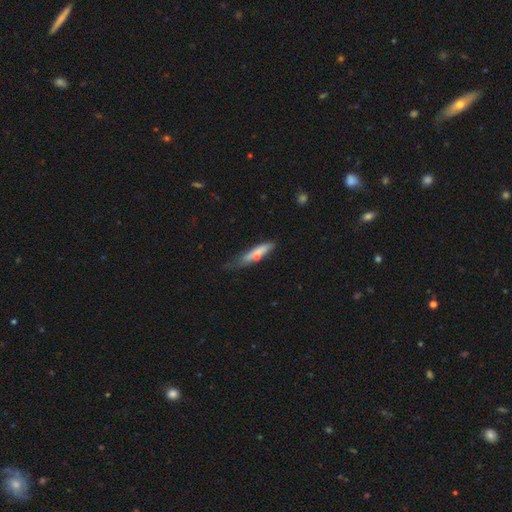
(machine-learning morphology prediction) A smooth galaxy with no disk features (67%) that is cigar-shaped (83%). Merging: none (47%).